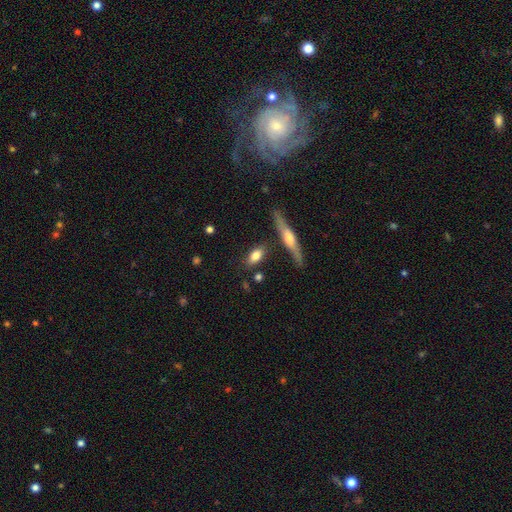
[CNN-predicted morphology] A smooth galaxy with no disk features (75%) that is in between round and cigar-shaped (78%). Merging: none (76%).